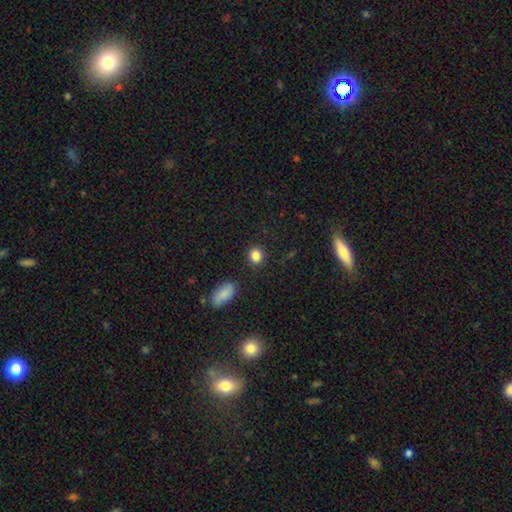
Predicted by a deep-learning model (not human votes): Smooth or featured?
  - smooth: 85% *
  - star or artifact: 10%
  - featured or disk: 5%
How rounded?
  - round: 74% *
  - in between: 24%
  - cigar-shaped: 1%
Merging?
  - none: 88% *
  - minor disturbance: 8%
  - major disturbance: 2%
  - merger: 2%